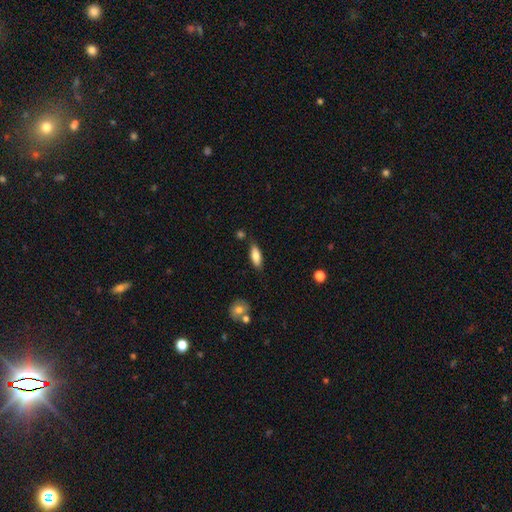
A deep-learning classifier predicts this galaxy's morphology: Smooth or featured? smooth (81%)
How rounded? in between (71%)
Merging? none (78%)